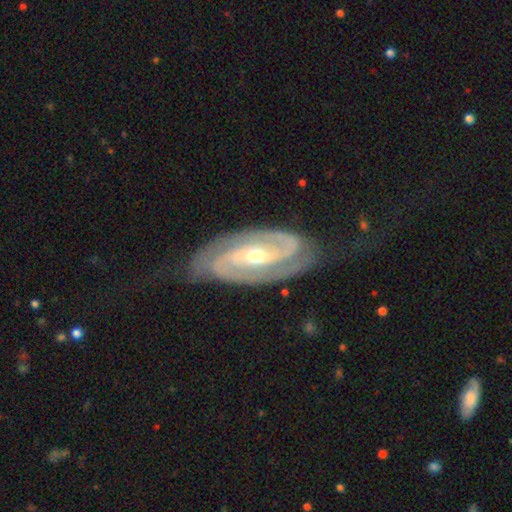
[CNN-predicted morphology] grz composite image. It shows a featured or disk galaxy (92%) with a strong bar (40%), 2 (90%) tight (59%) spiral arms (98%) and a moderate central bulge (54%). Merging: none (75%).